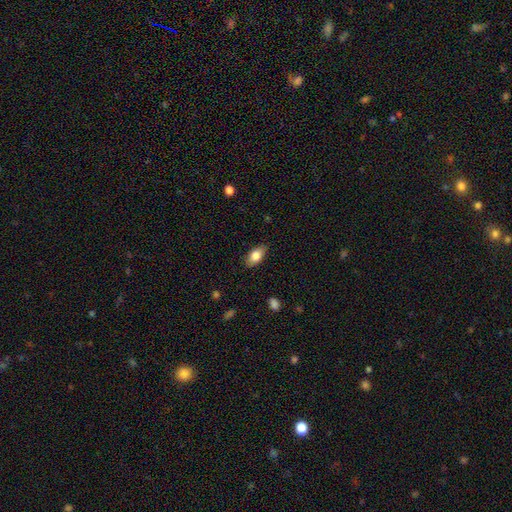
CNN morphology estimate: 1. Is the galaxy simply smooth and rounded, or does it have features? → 81% smooth, 12% featured or disk, 7% star or artifact.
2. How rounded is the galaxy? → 90% in between, 6% round, 4% cigar-shaped.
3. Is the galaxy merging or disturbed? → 85% none, 12% minor disturbance, 2% major disturbance, 1% merger.